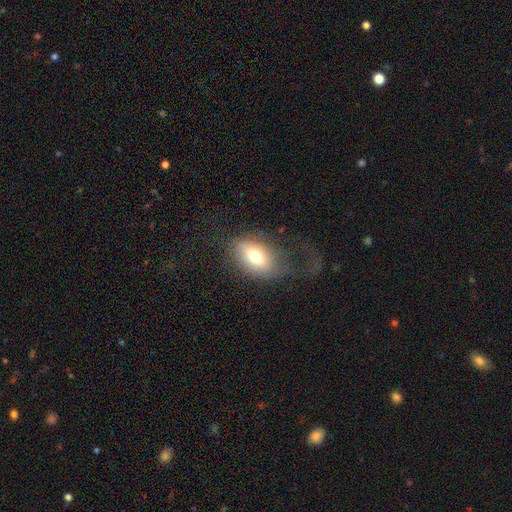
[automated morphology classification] This is likely a smooth galaxy (68%). How rounded: clearly in between (86%). Merging: possibly none (47%).